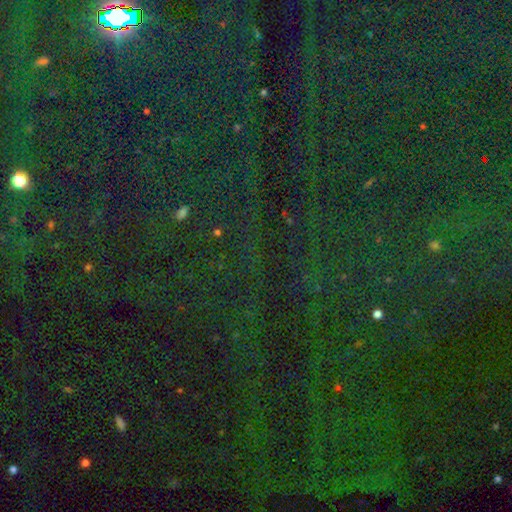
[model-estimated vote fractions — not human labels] A star or artifact, not a galaxy (84%).